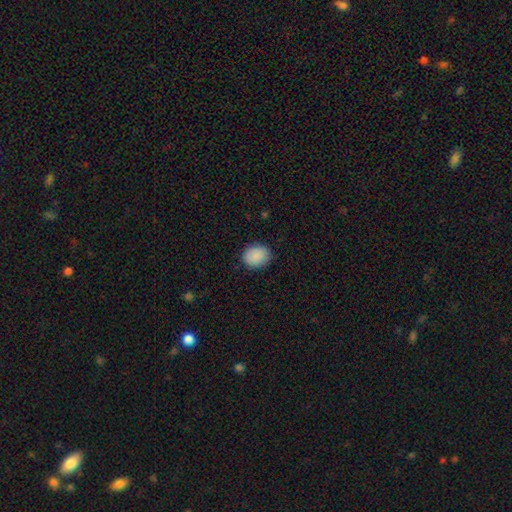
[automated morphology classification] Smooth or featured?
  - smooth: 89% *
  - star or artifact: 7%
  - featured or disk: 4%
How rounded?
  - in between: 54% *
  - round: 45%
  - cigar-shaped: 1%
Merging?
  - none: 86% *
  - minor disturbance: 10%
  - major disturbance: 3%
  - merger: 1%